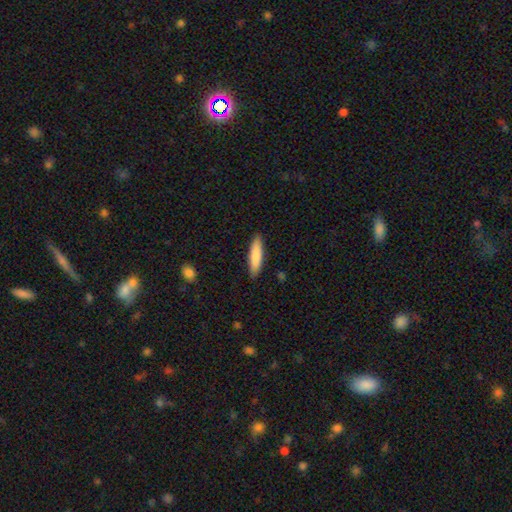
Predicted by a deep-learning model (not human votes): This appears to be a smooth galaxy with no disk features (82%) that is cigar-shaped (75%). Merging: none (89%).